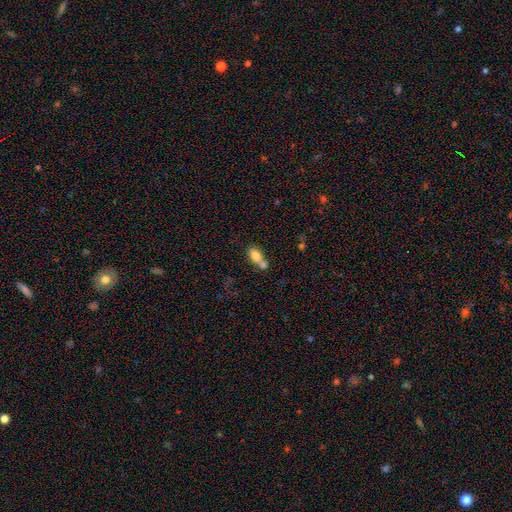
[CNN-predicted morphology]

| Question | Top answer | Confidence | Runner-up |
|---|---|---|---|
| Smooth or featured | smooth | 78% | featured or disk (13%) |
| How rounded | in between | 85% | round (11%) |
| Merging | merger | 50% | none (35%) |